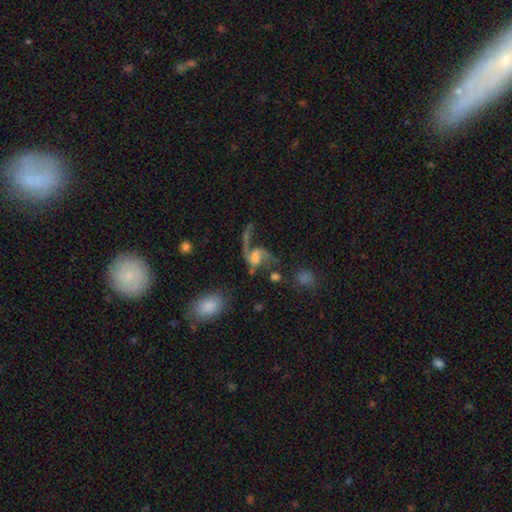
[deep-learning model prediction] Smooth or featured?
  - featured or disk: 72% *
  - smooth: 18%
  - star or artifact: 11%
Edge-on disk?
  - no: 97% *
  - yes: 3%
Bar?
  - no: 51% *
  - weak: 37%
  - strong: 12%
Spiral arms?
  - yes: 88% *
  - no: 12%
Spiral winding?
  - loose: 74% *
  - medium: 21%
  - tight: 4%
Spiral arm count?
  - 2: 64% *
  - 1: 27%
  - can't tell: 4%
  - 3: 2%
  - 4: 1%
  - more than 4: 1%
Bulge size?
  - moderate: 33% *
  - small: 23%
  - none: 20%
  - large: 20%
  - dominant: 4%
Merging?
  - major disturbance: 39% *
  - none: 30%
  - merger: 18%
  - minor disturbance: 13%